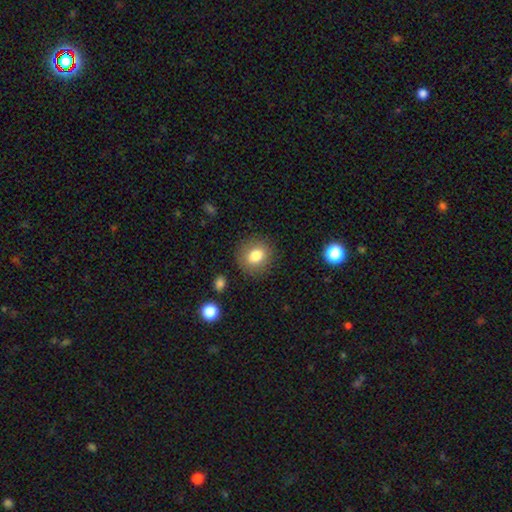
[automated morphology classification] This appears to be a smooth galaxy with no disk features (81%) that is round (71%). Merging: none (85%).